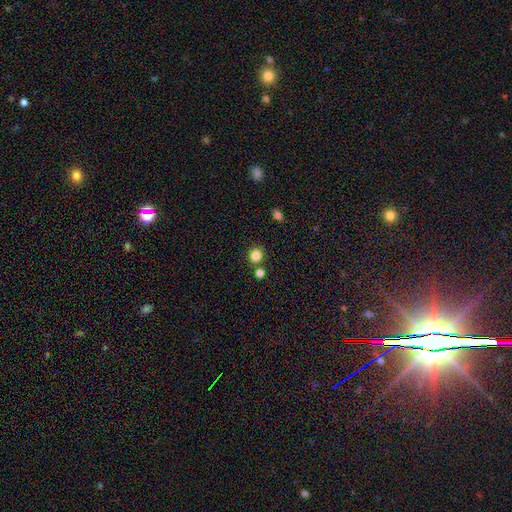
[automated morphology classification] Smooth or featured: smooth — 84% (star or artifact — 12%)
How rounded: round — 81% (in between — 18%)
Merging: none — 79% (merger — 11%)